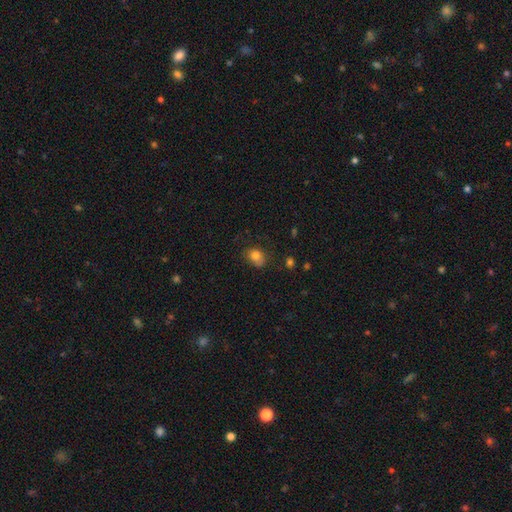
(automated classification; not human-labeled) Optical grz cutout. It shows a smooth galaxy with no disk features (79%) that is in between round and cigar-shaped (59%). Merging: none (64%).